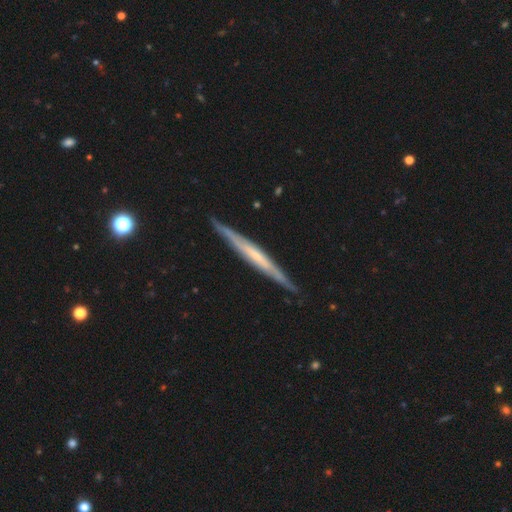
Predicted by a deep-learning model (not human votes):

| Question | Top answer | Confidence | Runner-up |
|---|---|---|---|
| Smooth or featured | featured or disk | 67% | smooth (28%) |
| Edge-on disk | yes | 96% | no (4%) |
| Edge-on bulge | none | 66% | rounded (23%) |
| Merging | none | 88% | minor disturbance (9%) |